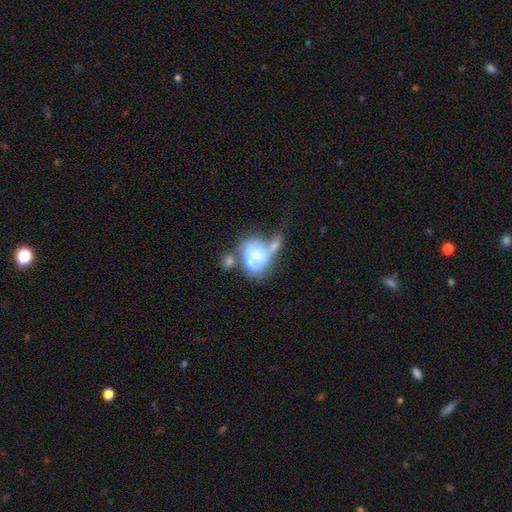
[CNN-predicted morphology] smooth 55%, featured or disk 37%, star or artifact 8%. Down the decision tree: how rounded — in between (69%); merging — merger (51%).